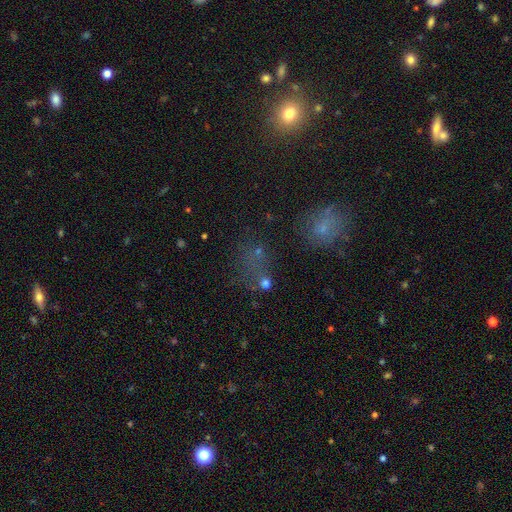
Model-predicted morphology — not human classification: Q: Smooth or featured?
A: smooth (45%); runner-up: star or artifact (39%)
Q: Merging?
A: none (47%); runner-up: major disturbance (20%)